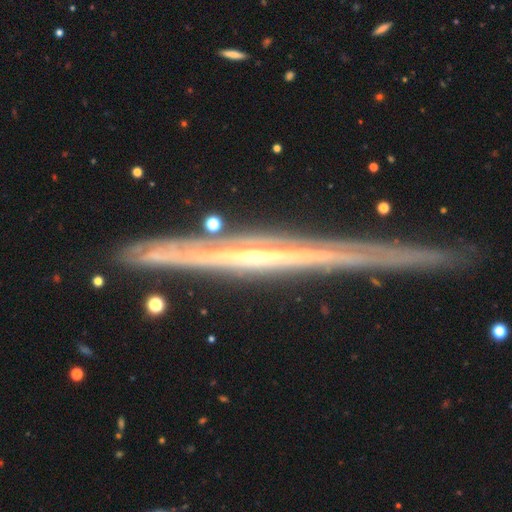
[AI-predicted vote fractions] Smooth or featured? Predicted: featured or disk (p=0.84). Edge-on disk? Predicted: yes (p=0.97). Edge-on bulge? Predicted: none (p=0.69). Merging? Predicted: none (p=0.83).